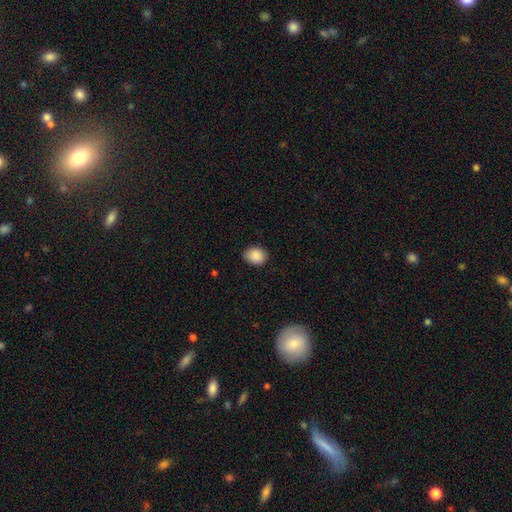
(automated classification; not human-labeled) smooth-or-featured: smooth: 87% | star or artifact: 8% | featured or disk: 5%
  how-rounded: in between: 56% | round: 43% | cigar-shaped: 1%
  merging: none: 84% | minor disturbance: 13% | major disturbance: 2% | merger: 1%